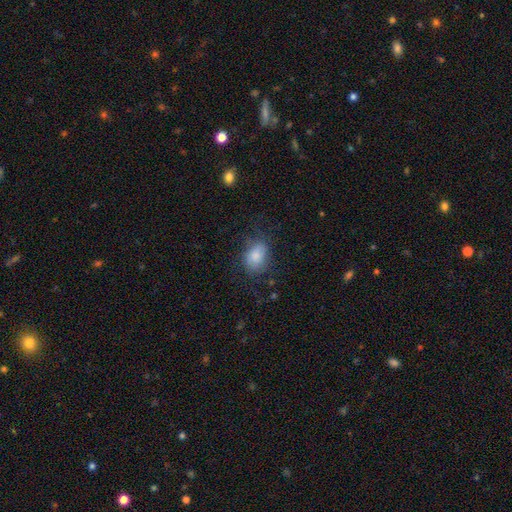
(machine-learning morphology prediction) smooth-or-featured: smooth: 80% | featured or disk: 12% | star or artifact: 8%
  how-rounded: in between: 77% | round: 22% | cigar-shaped: 1%
  merging: none: 60% | minor disturbance: 23% | major disturbance: 15% | merger: 2%